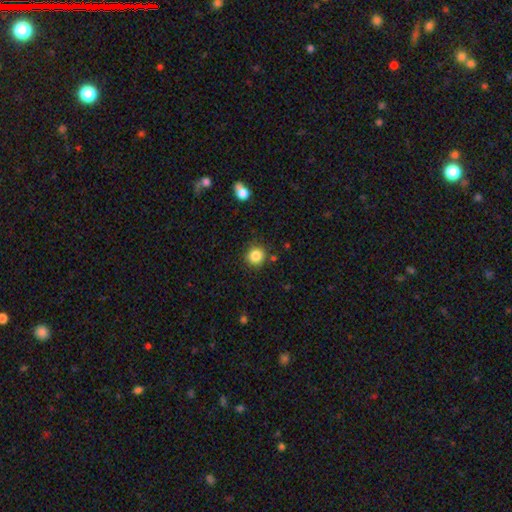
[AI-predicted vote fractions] Q: Smooth or featured?
A: smooth (85%); runner-up: star or artifact (10%)
Q: How rounded?
A: round (93%); runner-up: in between (6%)
Q: Merging?
A: none (87%); runner-up: minor disturbance (8%)